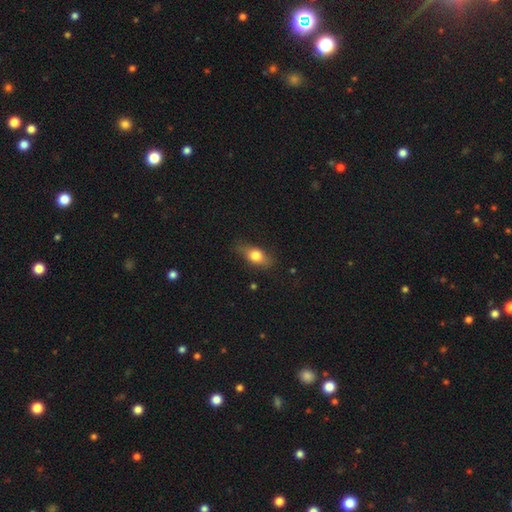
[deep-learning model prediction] smooth_or_featured: smooth (p=0.73) [alt: featured or disk p=0.19]
how_rounded: in between (p=0.75) [alt: round p=0.13]
merging: none (p=0.74) [alt: minor disturbance p=0.20]